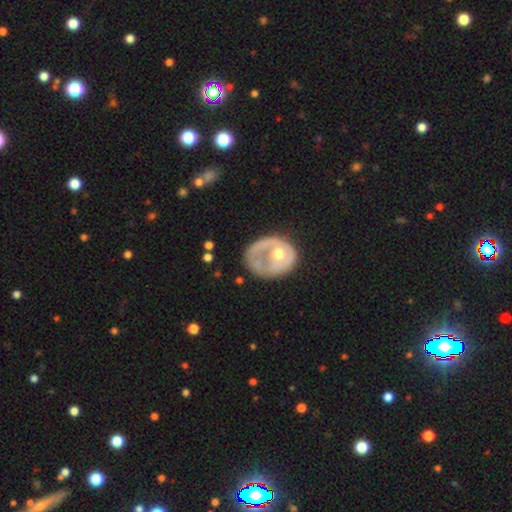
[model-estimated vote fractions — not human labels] This appears to be a featured or disk galaxy (57%) with no bar (85%), no spiral arms (70%) and a moderate central bulge (66%). Merging: major disturbance (38%).